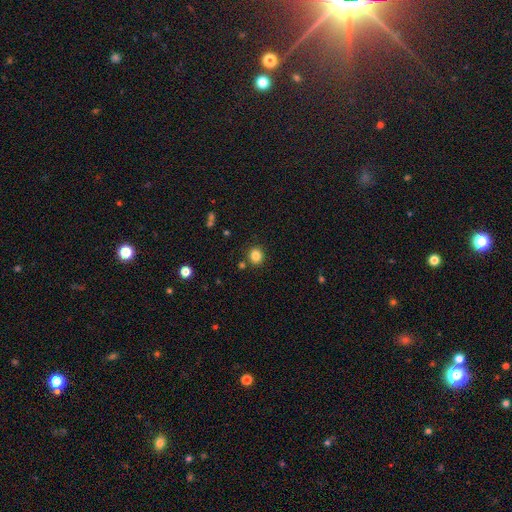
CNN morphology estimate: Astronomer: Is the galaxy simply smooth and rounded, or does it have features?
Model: smooth — 84%.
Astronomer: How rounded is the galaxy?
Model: round — 85%.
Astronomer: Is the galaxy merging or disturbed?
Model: none — 87%.